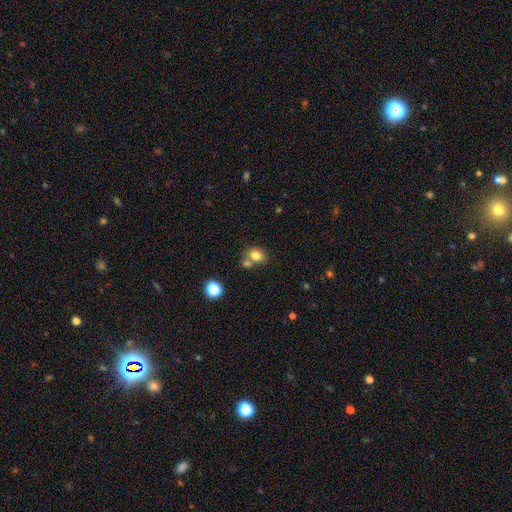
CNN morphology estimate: smooth-or-featured: smooth: 79% | star or artifact: 12% | featured or disk: 9%
  how-rounded: round: 52% | in between: 47% | cigar-shaped: 1%
  merging: none: 52% | merger: 33% | minor disturbance: 11% | major disturbance: 4%